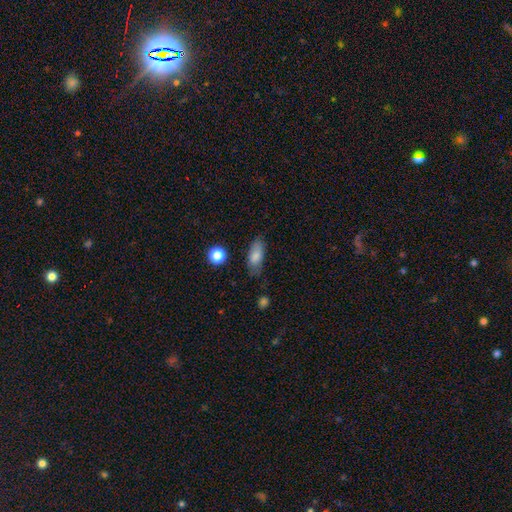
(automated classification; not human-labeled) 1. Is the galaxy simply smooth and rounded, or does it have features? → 82% smooth, 10% featured or disk, 8% star or artifact.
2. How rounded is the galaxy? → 80% in between, 16% cigar-shaped, 4% round.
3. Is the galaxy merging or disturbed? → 68% none, 23% minor disturbance, 7% major disturbance, 2% merger.